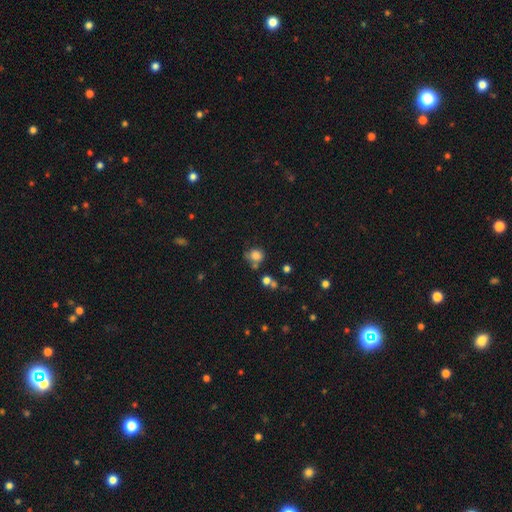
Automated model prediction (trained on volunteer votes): Morphology: type=smooth (79%); roundness=round (71%); merging=none (53%).